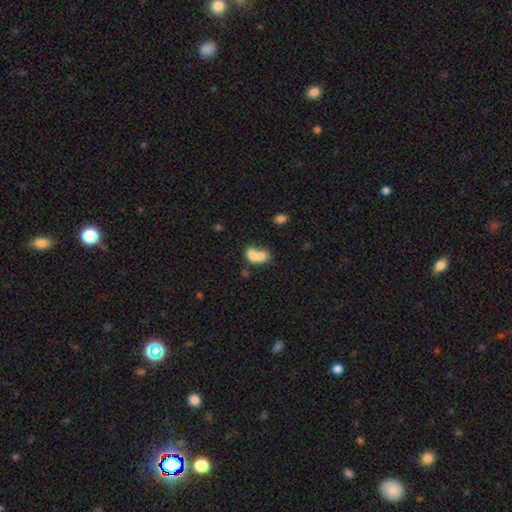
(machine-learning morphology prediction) A smooth galaxy with no disk features (72%) that is in between round and cigar-shaped (63%).

Vote fractions:
- Smooth or featured? smooth: 72% / featured or disk: 19% / star or artifact: 9%
- How rounded? in between: 63% / round: 36% / cigar-shaped: 2%
- Merging? merger: 74% / none: 16% / minor disturbance: 6% / major disturbance: 4%